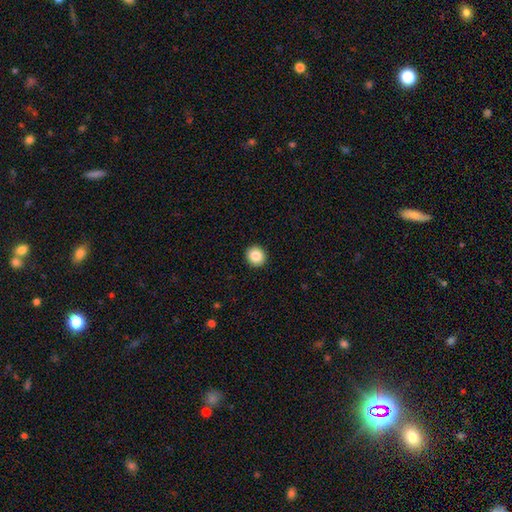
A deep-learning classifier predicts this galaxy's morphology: Overall: smooth (85%). How rounded: round (89%). Merging: none (93%).